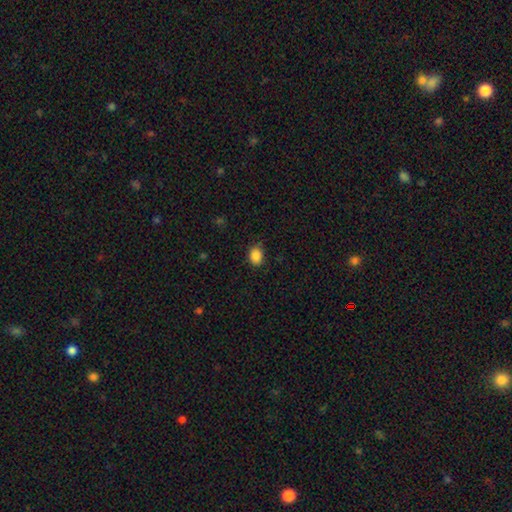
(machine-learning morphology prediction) A smooth galaxy with no disk features (87%) that is in between round and cigar-shaped (51%).

Vote fractions:
- Smooth or featured? smooth: 87% / star or artifact: 9% / featured or disk: 4%
- How rounded? in between: 51% / round: 48% / cigar-shaped: 1%
- Merging? none: 76% / minor disturbance: 19% / major disturbance: 4% / merger: 1%